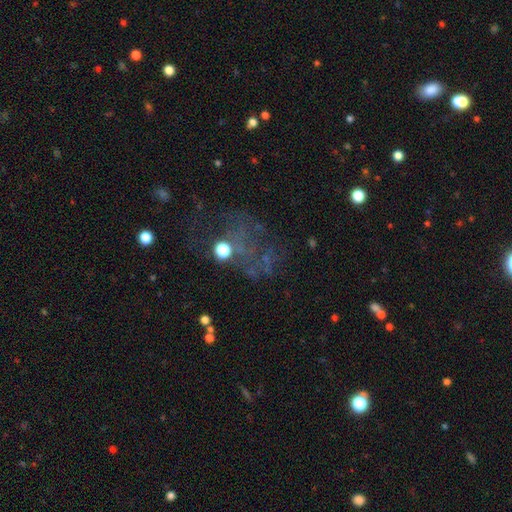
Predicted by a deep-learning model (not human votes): Smooth or featured? star or artifact (40%)